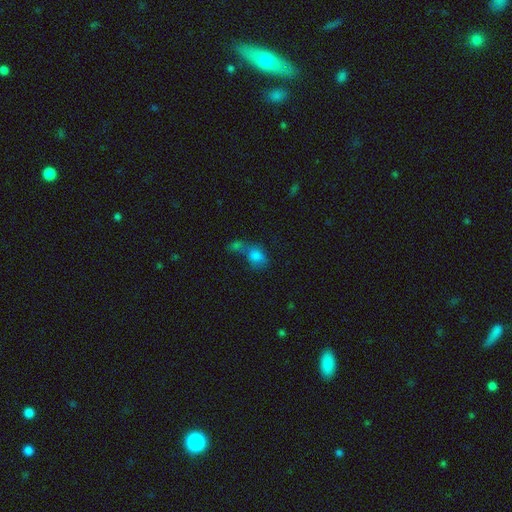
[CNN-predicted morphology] A smooth galaxy with no disk features (72%) that is in between round and cigar-shaped (66%). Merging: merger (59%).